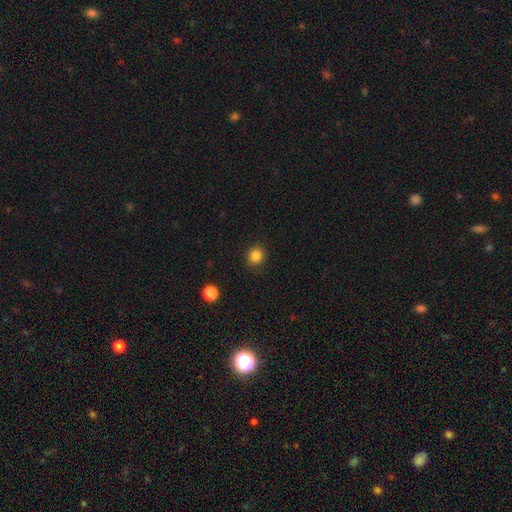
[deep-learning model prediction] smooth_or_featured: smooth (p=0.84) [alt: star or artifact p=0.12]
how_rounded: round (p=0.85) [alt: in between p=0.14]
merging: none (p=0.88) [alt: minor disturbance p=0.09]